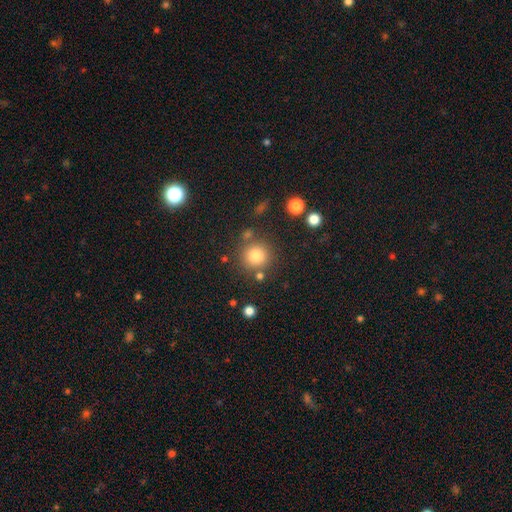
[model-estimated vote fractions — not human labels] Smooth or featured? smooth (80%)
How rounded? round (93%)
Merging? none (80%)